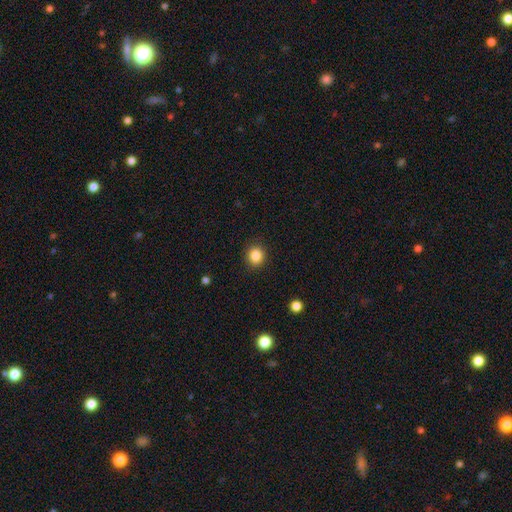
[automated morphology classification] Smooth or featured? Predicted: smooth (p=0.86). How rounded? Predicted: round (p=0.84). Merging? Predicted: none (p=0.91).